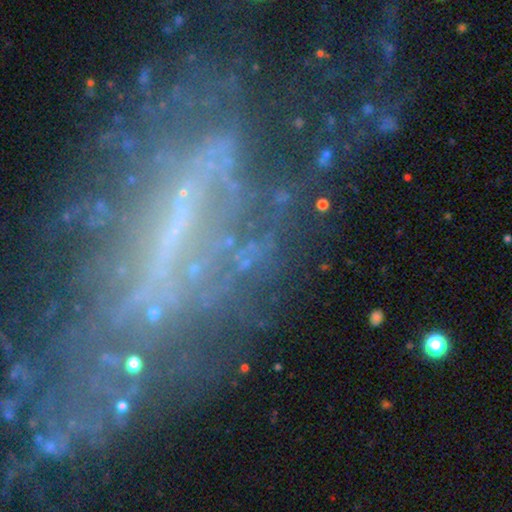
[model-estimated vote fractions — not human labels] smooth-or-featured: featured or disk: 65% | star or artifact: 21% | smooth: 14%
  disk-edge-on: no: 83% | yes: 17%
    bar: strong: 41% | no: 32% | weak: 26%
    has-spiral-arms: no: 50% (tied) | yes: 50% (tied)
    bulge-size: none: 44% | small: 41% | moderate: 10% | large: 2% | dominant: 2%
  merging: none: 56% | major disturbance: 20% | minor disturbance: 19% | merger: 5%